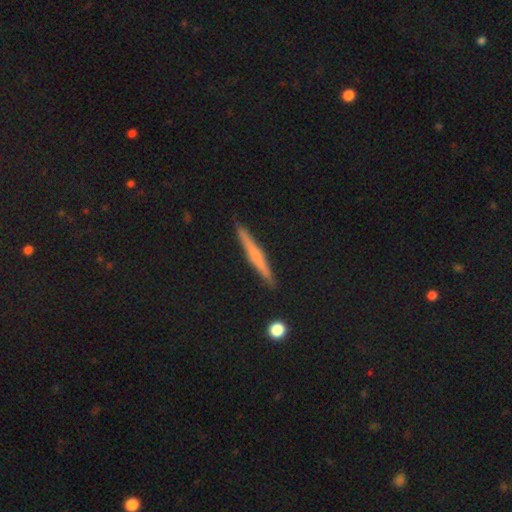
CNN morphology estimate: type=smooth (50%); roundness=cigar-shaped (96%); merging=none (90%).